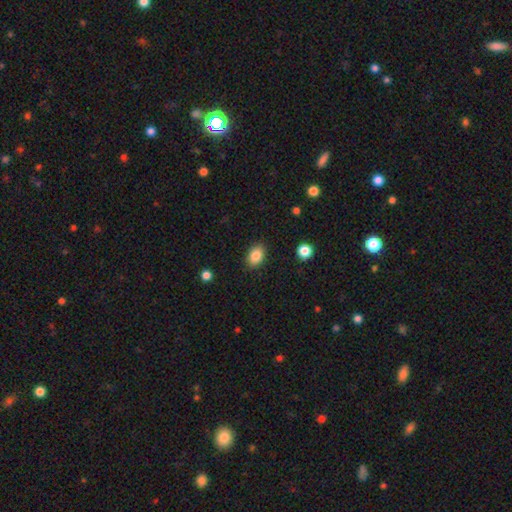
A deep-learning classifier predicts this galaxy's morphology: smooth 86%, star or artifact 8%, featured or disk 6%. Down the decision tree: how rounded — in between (84%); merging — none (88%).